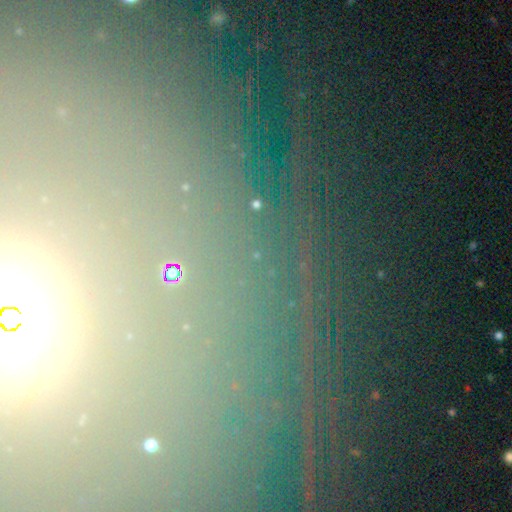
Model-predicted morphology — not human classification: Q: Smooth or featured?
A: star or artifact (75%); runner-up: smooth (14%)